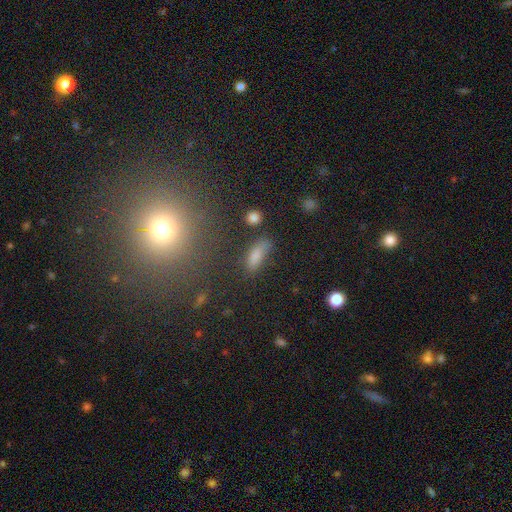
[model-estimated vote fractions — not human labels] Smooth or featured?
  - smooth: 73% *
  - star or artifact: 16%
  - featured or disk: 11%
How rounded?
  - in between: 60% *
  - cigar-shaped: 34%
  - round: 6%
Merging?
  - none: 67% *
  - minor disturbance: 19%
  - major disturbance: 8%
  - merger: 6%